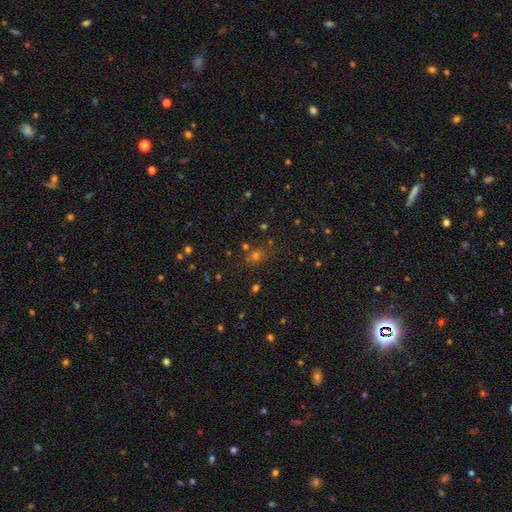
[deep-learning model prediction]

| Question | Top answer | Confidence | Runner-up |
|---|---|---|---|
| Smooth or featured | smooth | 54% | star or artifact (38%) |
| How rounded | round | 77% | in between (21%) |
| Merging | none | 76% | minor disturbance (11%) |